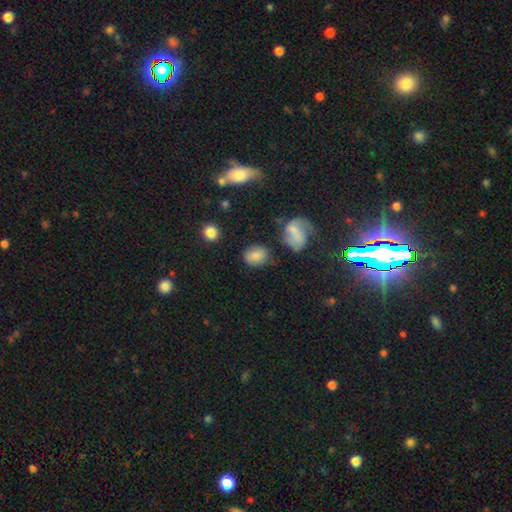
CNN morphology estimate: This appears to be a smooth galaxy with no disk features (78%) that is in between round and cigar-shaped (50%). Merging: none (71%).